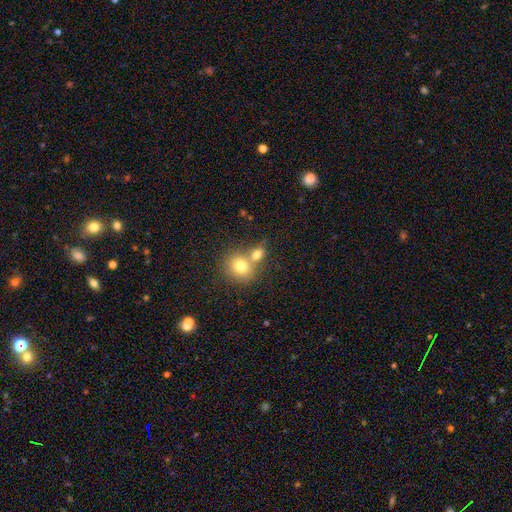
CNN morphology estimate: smooth 74%, star or artifact 14%, featured or disk 12%. Down the decision tree: how rounded — round (76%); merging — none (47%).